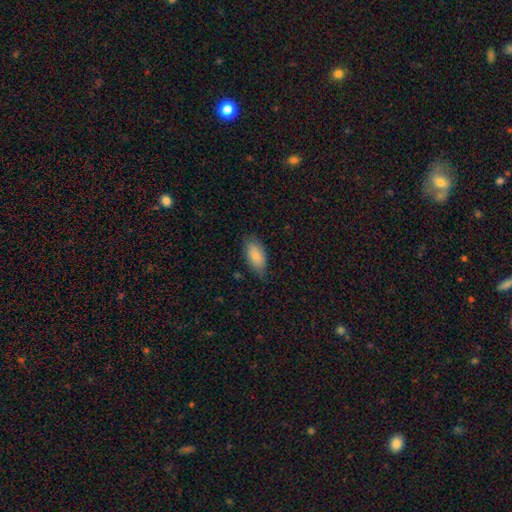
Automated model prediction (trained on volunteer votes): This is clearly a smooth galaxy (85%). How rounded: clearly in between (91%). Merging: likely none (71%).